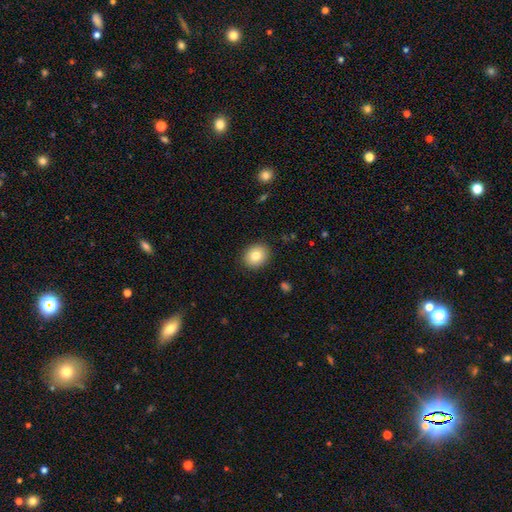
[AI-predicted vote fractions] A smooth galaxy with no disk features (82%) that is round (65%).

Vote fractions:
- Smooth or featured? smooth: 82% / featured or disk: 9% / star or artifact: 9%
- How rounded? round: 65% / in between: 34% / cigar-shaped: 1%
- Merging? none: 89% / minor disturbance: 8% / major disturbance: 2% / merger: 1%